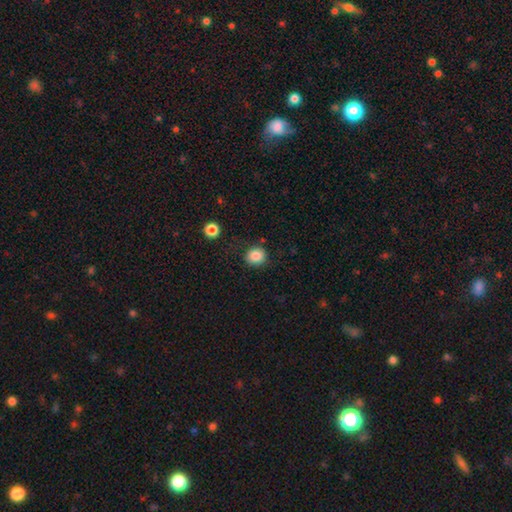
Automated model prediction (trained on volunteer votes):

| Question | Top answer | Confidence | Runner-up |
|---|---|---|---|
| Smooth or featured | smooth | 85% | star or artifact (10%) |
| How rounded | round | 82% | in between (17%) |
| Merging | none | 82% | minor disturbance (11%) |